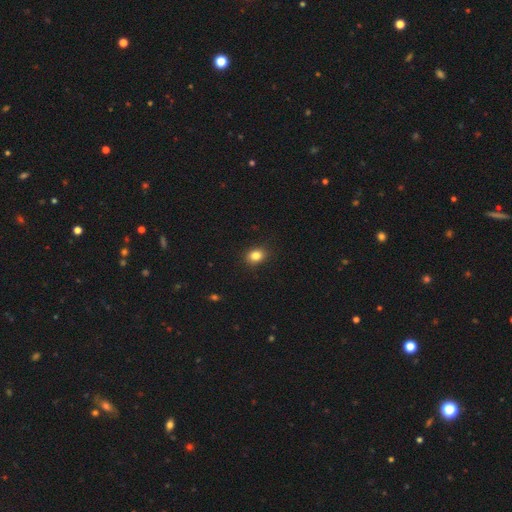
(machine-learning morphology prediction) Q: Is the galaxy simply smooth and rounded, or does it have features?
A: smooth — 84%.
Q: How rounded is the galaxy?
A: in between — 52%.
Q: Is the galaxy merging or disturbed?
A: none — 89%.